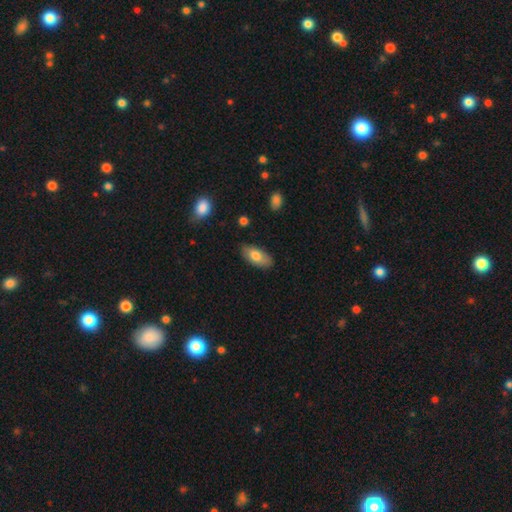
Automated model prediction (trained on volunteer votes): A smooth galaxy with no disk features (76%) that is in between round and cigar-shaped (90%).

Vote fractions:
- Smooth or featured? smooth: 76% / featured or disk: 17% / star or artifact: 6%
- How rounded? in between: 90% / cigar-shaped: 7% / round: 3%
- Merging? none: 83% / minor disturbance: 13% / major disturbance: 2% / merger: 1%